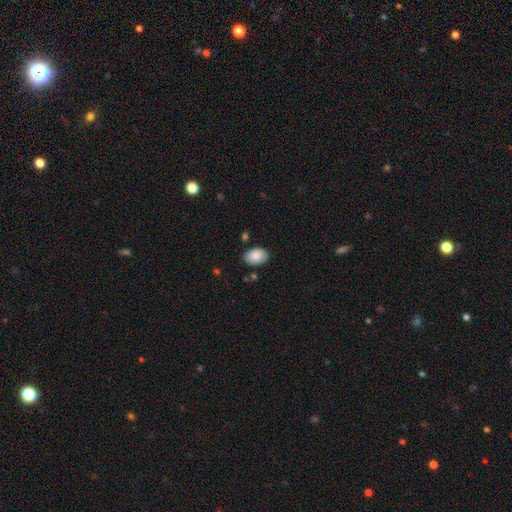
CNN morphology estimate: A smooth galaxy with no disk features (87%) that is in between round and cigar-shaped (89%).

Vote fractions:
- Smooth or featured? smooth: 87% / star or artifact: 7% / featured or disk: 6%
- How rounded? in between: 89% / round: 10% / cigar-shaped: 1%
- Merging? none: 83% / minor disturbance: 12% / major disturbance: 3% / merger: 2%